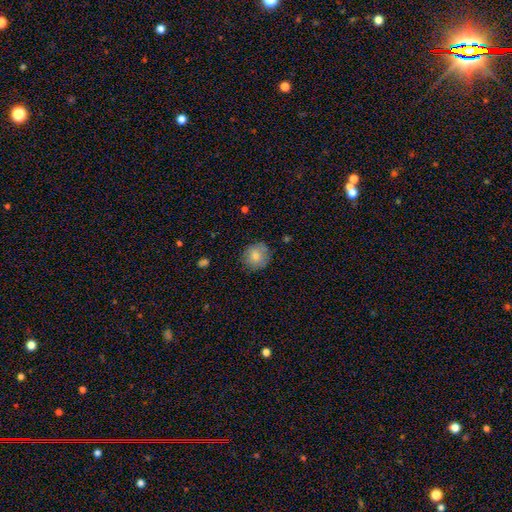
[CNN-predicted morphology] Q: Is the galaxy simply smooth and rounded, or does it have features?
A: smooth — 77%.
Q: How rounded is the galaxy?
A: round — 86%.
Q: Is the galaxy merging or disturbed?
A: none — 81%.